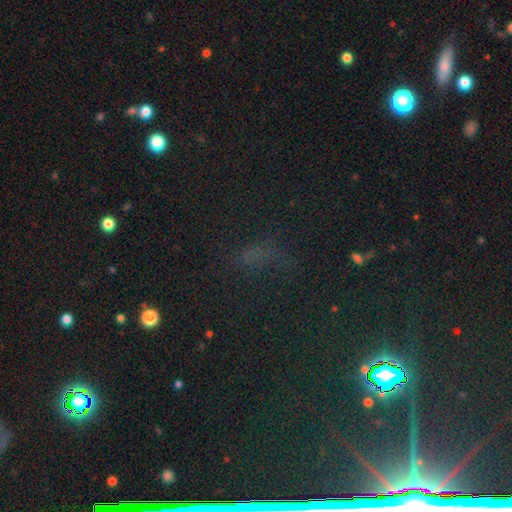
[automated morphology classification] Smooth or featured? Predicted: star or artifact (p=0.58).